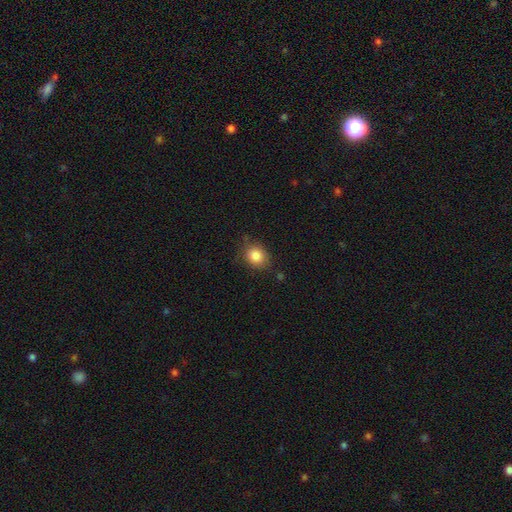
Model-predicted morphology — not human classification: Overall: smooth (85%). How rounded: round (60%; in between 39%). Merging: none (75%).